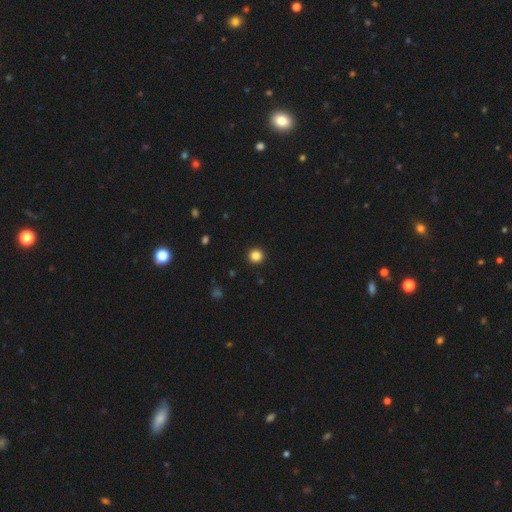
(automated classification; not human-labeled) A smooth galaxy with no disk features (85%) that is round (96%).

Vote fractions:
- Smooth or featured? smooth: 85% / star or artifact: 11% / featured or disk: 3%
- How rounded? round: 96% / in between: 3% / cigar-shaped: 1%
- Merging? none: 94% / minor disturbance: 4% / major disturbance: 1% / merger: 1%